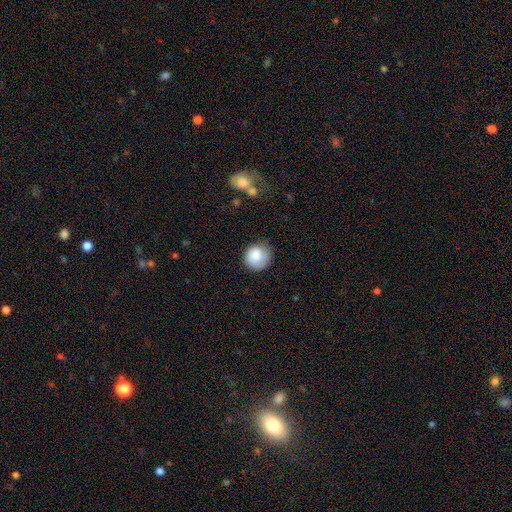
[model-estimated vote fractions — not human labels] Smooth or featured? Predicted: smooth (p=0.82). How rounded? Predicted: round (p=0.86). Merging? Predicted: none (p=0.69).